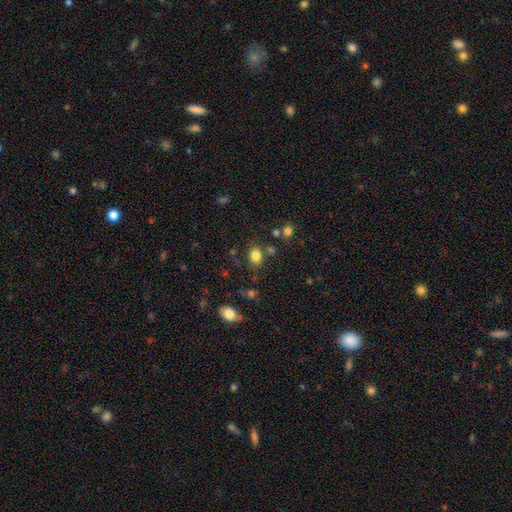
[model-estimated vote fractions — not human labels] A smooth galaxy with no disk features (83%) that is in between round and cigar-shaped (64%). Merging: none (77%).